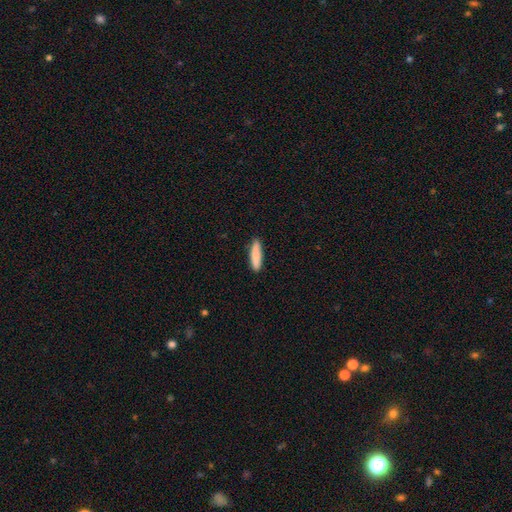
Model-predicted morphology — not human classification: A smooth galaxy with no disk features (87%) that is cigar-shaped (72%).

Vote fractions:
- Smooth or featured? smooth: 87% / featured or disk: 7% / star or artifact: 6%
- How rounded? cigar-shaped: 72% / in between: 26% / round: 1%
- Merging? none: 87% / minor disturbance: 10% / major disturbance: 2% / merger: 1%